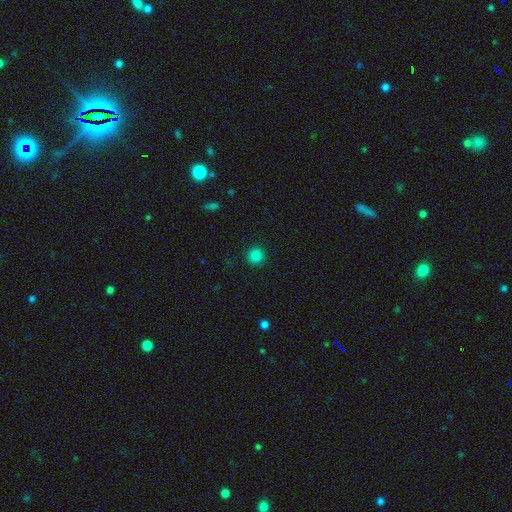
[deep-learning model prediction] Q: Smooth or featured?
A: smooth (84%); runner-up: star or artifact (12%)
Q: How rounded?
A: round (94%); runner-up: in between (5%)
Q: Merging?
A: none (92%); runner-up: minor disturbance (5%)